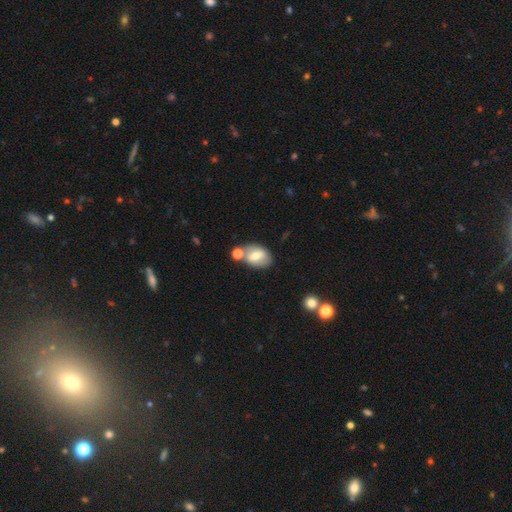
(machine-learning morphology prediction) Smooth or featured: smooth — 61% (featured or disk — 31%)
How rounded: in between — 81% (round — 17%)
Merging: none — 56% (merger — 25%)